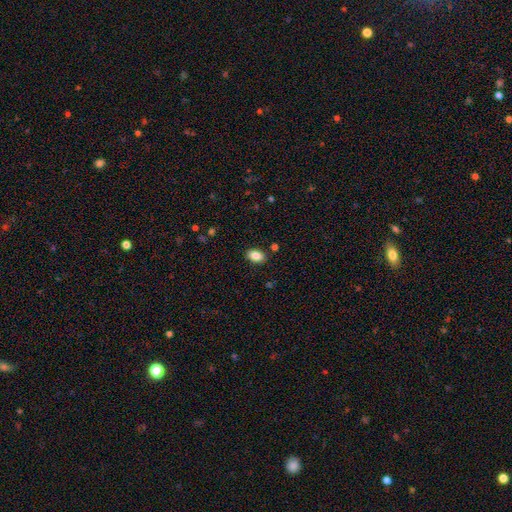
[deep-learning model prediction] The model was most divided on "how rounded": in between: 86%, round: 13%, cigar-shaped: 1%. More confident: merging — none (87%); smooth or featured — smooth (86%).